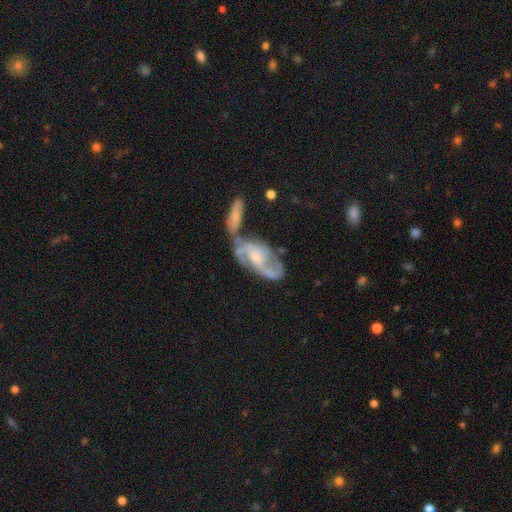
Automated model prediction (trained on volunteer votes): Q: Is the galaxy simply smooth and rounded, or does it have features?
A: featured or disk — 84%.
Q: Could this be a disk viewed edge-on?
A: no — 95%.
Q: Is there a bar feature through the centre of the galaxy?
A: no — 53%.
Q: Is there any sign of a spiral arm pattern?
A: yes — 94%.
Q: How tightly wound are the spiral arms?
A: medium — 48%.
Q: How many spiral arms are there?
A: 2 — 75%.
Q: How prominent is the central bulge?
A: small — 58%.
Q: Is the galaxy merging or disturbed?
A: merger — 39%.